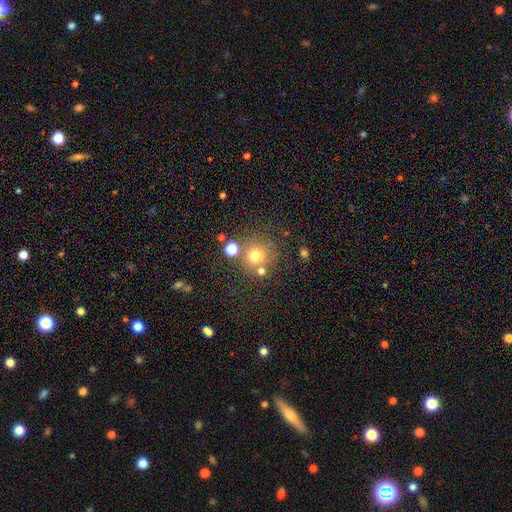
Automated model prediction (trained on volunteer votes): A smooth galaxy with no disk features (70%) that is round (92%). Merging: none (71%).